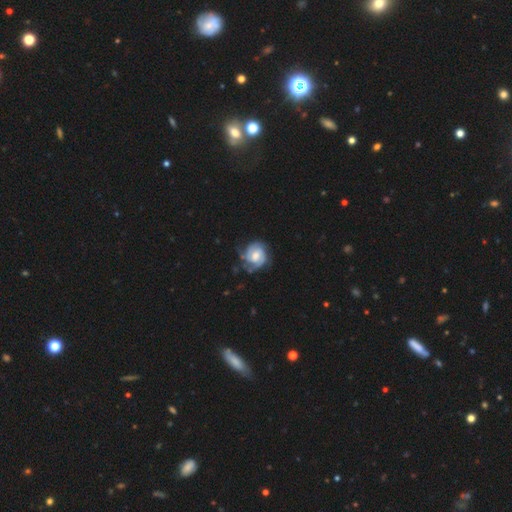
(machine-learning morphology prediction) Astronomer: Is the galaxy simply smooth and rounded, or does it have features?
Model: featured or disk — 81%.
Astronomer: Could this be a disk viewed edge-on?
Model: no — 98%.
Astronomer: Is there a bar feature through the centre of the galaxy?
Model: weak — 45% (runner-up: no, 44%).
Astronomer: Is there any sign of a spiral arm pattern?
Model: yes — 96%.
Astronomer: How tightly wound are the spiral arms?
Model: tight — 61%.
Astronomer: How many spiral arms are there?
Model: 2 — 47% (runner-up: 3, 23%).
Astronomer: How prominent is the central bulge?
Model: moderate — 59%.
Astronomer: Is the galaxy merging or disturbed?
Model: none — 64%.